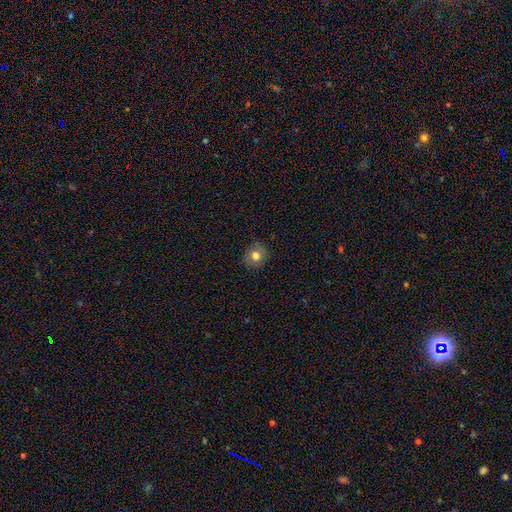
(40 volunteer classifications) Morphology: type=smooth (78%); roundness=round (77%); merging=none (95%).